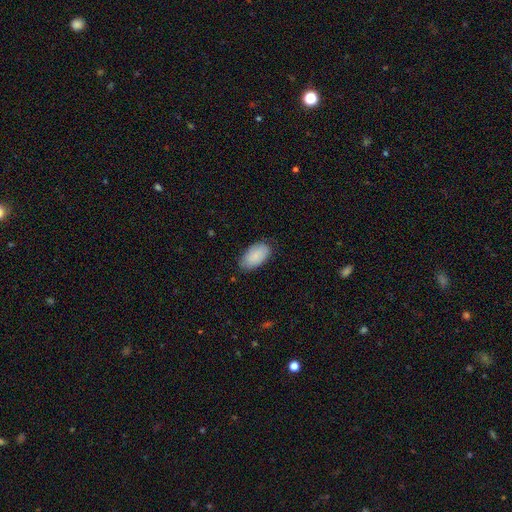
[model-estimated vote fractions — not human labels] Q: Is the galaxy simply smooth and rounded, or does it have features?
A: smooth — 86%.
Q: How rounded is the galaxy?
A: in between — 95%.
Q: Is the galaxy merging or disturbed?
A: none — 77%.